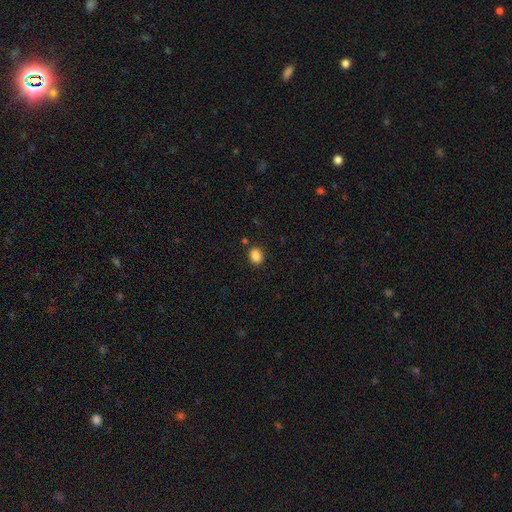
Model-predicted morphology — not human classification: smooth 87%, star or artifact 10%, featured or disk 3%. Down the decision tree: how rounded — in between (57%); merging — none (84%).